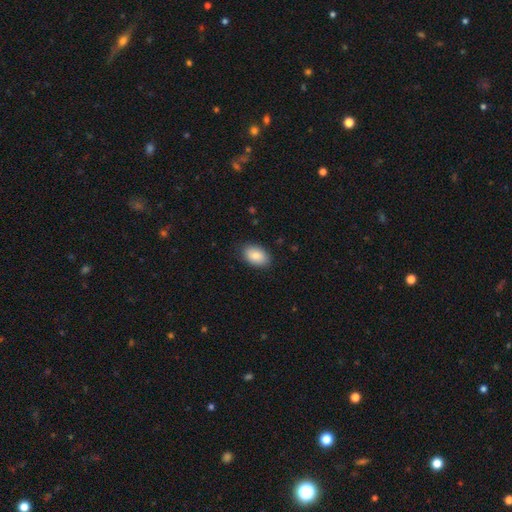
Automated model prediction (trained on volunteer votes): smooth-or-featured: smooth: 85% | featured or disk: 9% | star or artifact: 7%
  how-rounded: in between: 90% | round: 9% | cigar-shaped: 1%
  merging: none: 86% | minor disturbance: 11% | major disturbance: 2% | merger: 1%